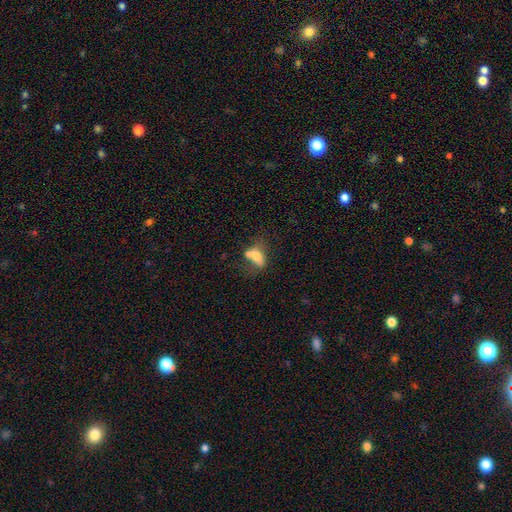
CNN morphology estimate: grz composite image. It shows a smooth galaxy with no disk features (65%) that is in between round and cigar-shaped (81%). Merging: merger (39%).